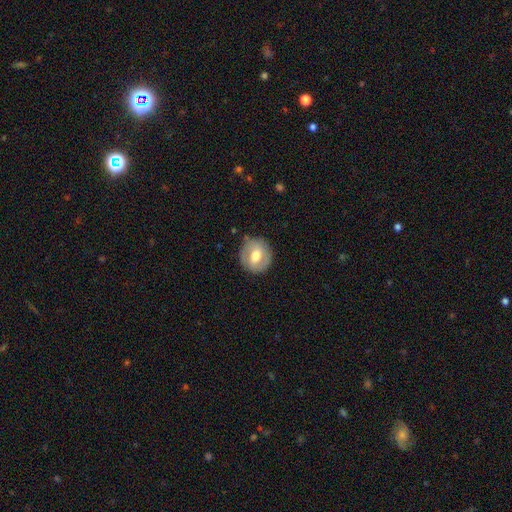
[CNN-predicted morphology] Smooth or featured? Predicted: smooth (p=0.50). Merging? Predicted: none (p=0.83).